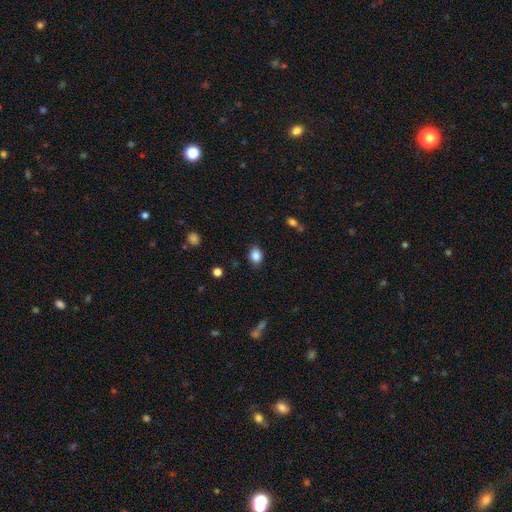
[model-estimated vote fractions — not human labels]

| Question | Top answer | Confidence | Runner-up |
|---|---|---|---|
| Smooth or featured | smooth | 86% | star or artifact (10%) |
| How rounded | in between | 51% | round (48%) |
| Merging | none | 82% | minor disturbance (13%) |